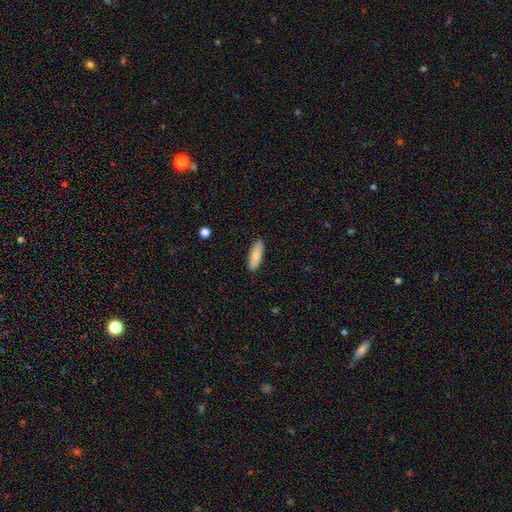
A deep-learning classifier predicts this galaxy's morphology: smooth-or-featured: smooth: 84% | featured or disk: 10% | star or artifact: 6%
  how-rounded: in between: 54% | cigar-shaped: 44% | round: 2%
  merging: none: 89% | minor disturbance: 8% | major disturbance: 2% | merger: 1%